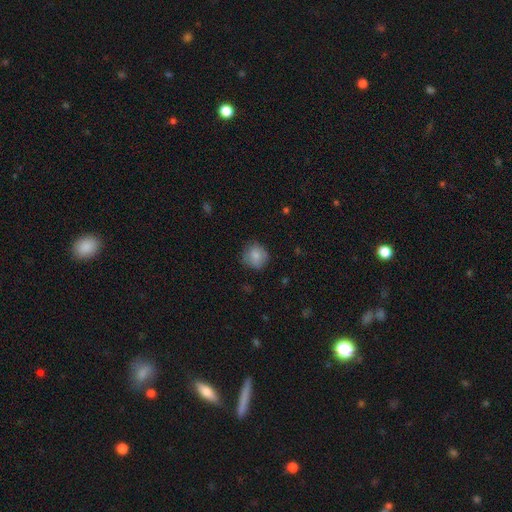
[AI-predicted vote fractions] smooth 81%, featured or disk 11%, star or artifact 8%. Down the decision tree: how rounded — round (88%); merging — none (75%).